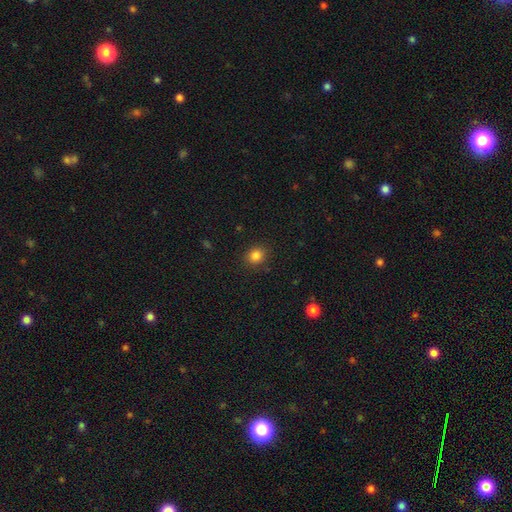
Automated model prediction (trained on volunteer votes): This is clearly a smooth galaxy (84%). How rounded: likely round (75%). Merging: clearly none (87%).